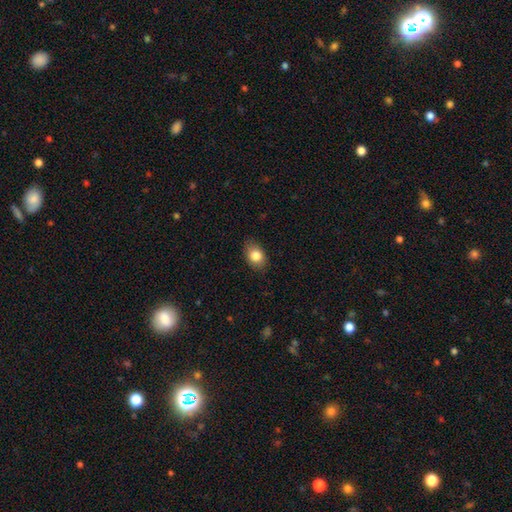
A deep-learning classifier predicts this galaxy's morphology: Smooth or featured?
  - smooth: 82% *
  - featured or disk: 9%
  - star or artifact: 8%
How rounded?
  - in between: 76% *
  - round: 23%
  - cigar-shaped: 1%
Merging?
  - none: 82% *
  - minor disturbance: 14%
  - major disturbance: 3%
  - merger: 1%